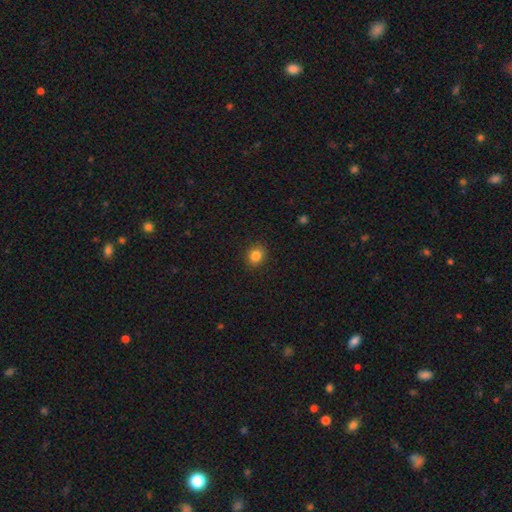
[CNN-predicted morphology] Smooth or featured?
  - smooth: 83% *
  - star or artifact: 11%
  - featured or disk: 5%
How rounded?
  - round: 75% *
  - in between: 25%
  - cigar-shaped: 1%
Merging?
  - none: 90% *
  - minor disturbance: 7%
  - major disturbance: 2%
  - merger: 1%